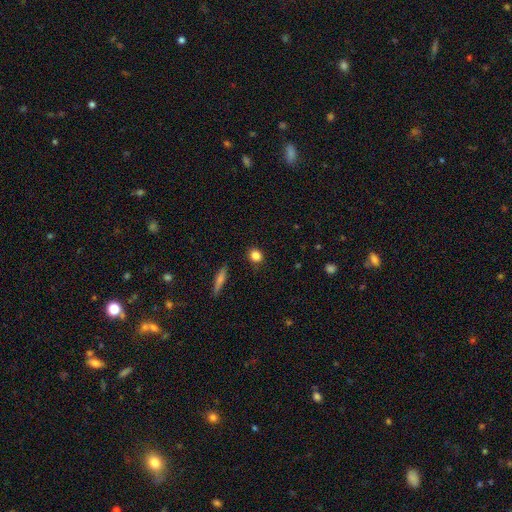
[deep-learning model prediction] smooth-or-featured: smooth: 84% | star or artifact: 10% | featured or disk: 6%
  how-rounded: round: 75% | in between: 22% | cigar-shaped: 3%
  merging: none: 88% | minor disturbance: 8% | major disturbance: 2% | merger: 2%